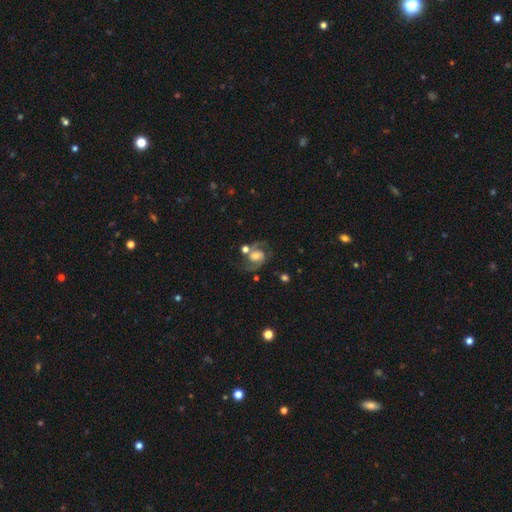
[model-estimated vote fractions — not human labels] Overall: featured or disk (84%). Edge-on disk: no (98%). Bar: no (48%; weak 40%). Spiral arms: yes (96%). Spiral arm count: 2 (93%). Spiral winding: medium (58%; loose 25%). Bulge size: moderate (47%; small 29%). Merging: none (65%).